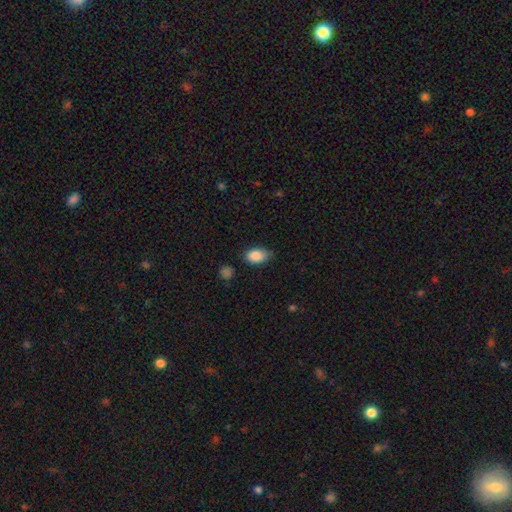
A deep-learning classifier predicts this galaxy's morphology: A smooth galaxy with no disk features (88%) that is in between round and cigar-shaped (87%).

Vote fractions:
- Smooth or featured? smooth: 88% / star or artifact: 8% / featured or disk: 5%
- How rounded? in between: 87% / round: 11% / cigar-shaped: 2%
- Merging? none: 68% / minor disturbance: 26% / major disturbance: 5% / merger: 2%